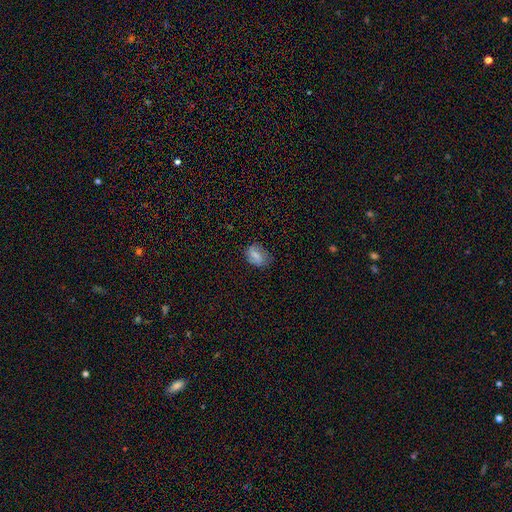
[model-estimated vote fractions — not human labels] This is likely a smooth galaxy (63%). How rounded: likely in between (80%). Merging: likely none (70%).